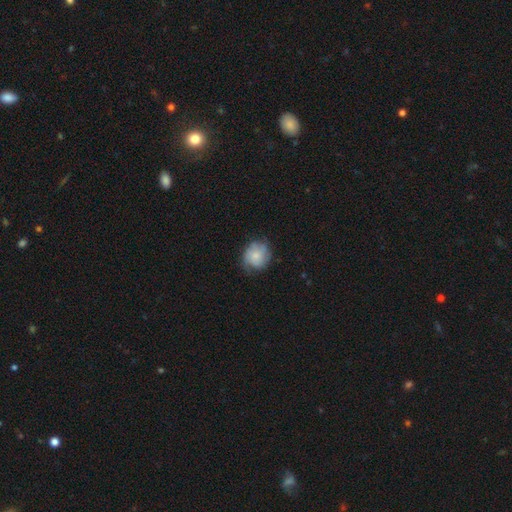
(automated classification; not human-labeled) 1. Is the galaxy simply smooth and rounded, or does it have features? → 72% smooth, 21% featured or disk, 7% star or artifact.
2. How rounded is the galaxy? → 83% round, 16% in between, 1% cigar-shaped.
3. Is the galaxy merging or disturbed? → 68% none, 25% minor disturbance, 6% major disturbance, 1% merger.